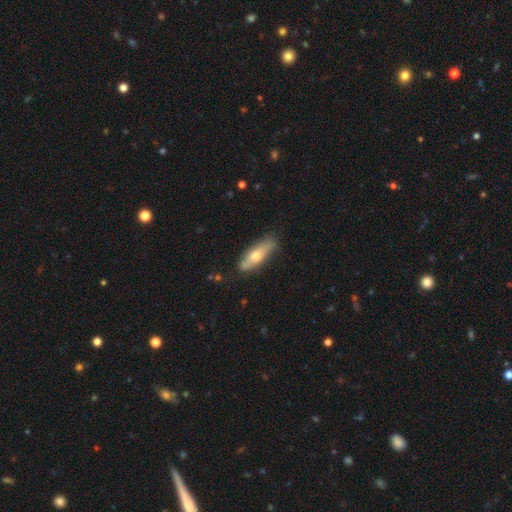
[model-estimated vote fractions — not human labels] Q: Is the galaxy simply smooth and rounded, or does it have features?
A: smooth — 56%.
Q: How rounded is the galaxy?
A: cigar-shaped — 54%.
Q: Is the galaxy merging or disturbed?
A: none — 77%.